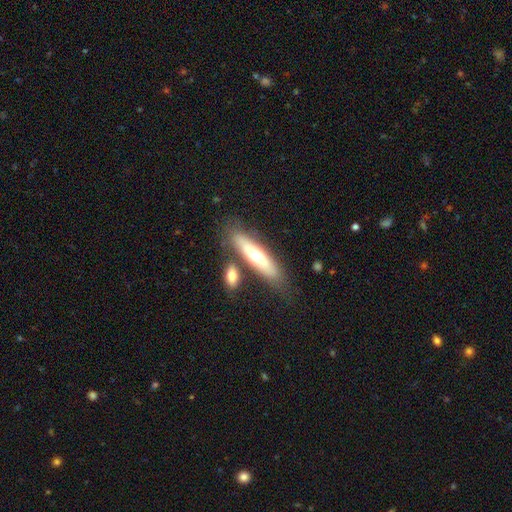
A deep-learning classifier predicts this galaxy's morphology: The model was most divided on "smooth or featured": smooth: 52%, featured or disk: 41%, star or artifact: 6%. More confident: how rounded — cigar-shaped (73%); merging — none (69%).